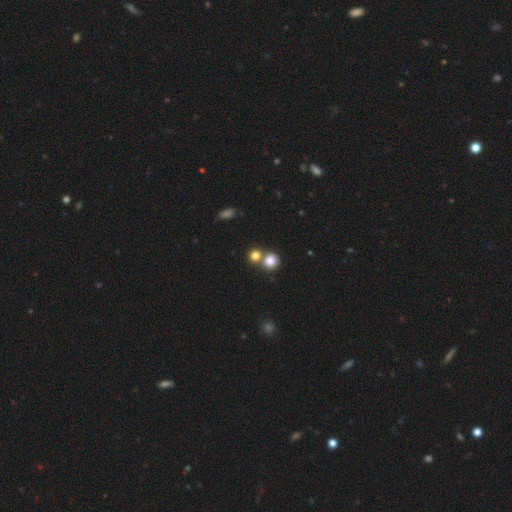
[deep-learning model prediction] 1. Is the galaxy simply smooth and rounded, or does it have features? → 79% smooth, 13% star or artifact, 8% featured or disk.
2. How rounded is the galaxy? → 86% round, 13% in between, 1% cigar-shaped.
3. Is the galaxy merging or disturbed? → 53% none, 39% merger, 6% minor disturbance, 3% major disturbance.